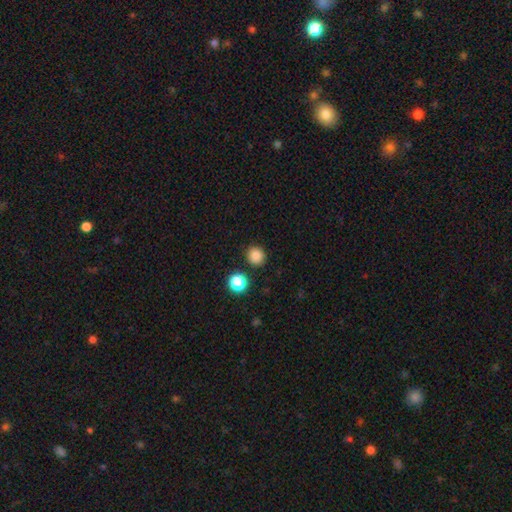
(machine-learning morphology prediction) Smooth or featured? smooth (85%)
How rounded? round (90%)
Merging? none (90%)